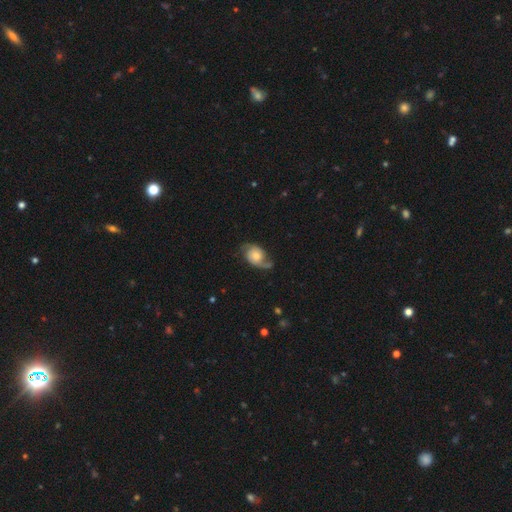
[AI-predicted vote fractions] A featured or disk galaxy (68%) with no bar (74%), 2 (77%) loose (47%) spiral arms (90%) and a moderate central bulge (48%).

Vote fractions:
- Smooth or featured? featured or disk: 68% / smooth: 25% / star or artifact: 7%
- Edge-on disk? no: 96% / yes: 4%
- Bar? no: 74% / weak: 22% / strong: 4%
- Spiral arms? yes: 90% / no: 10%
- Spiral winding? loose: 47% / medium: 36% / tight: 17%
- Spiral arm count? 2: 77% / 1: 14% / can't tell: 5% / 3: 1% / 4: 1% / more than 4: 1%
- Bulge size? moderate: 48% / small: 35% / large: 10% / none: 4% / dominant: 3%
- Merging? none: 57% / minor disturbance: 25% / major disturbance: 15% / merger: 3%